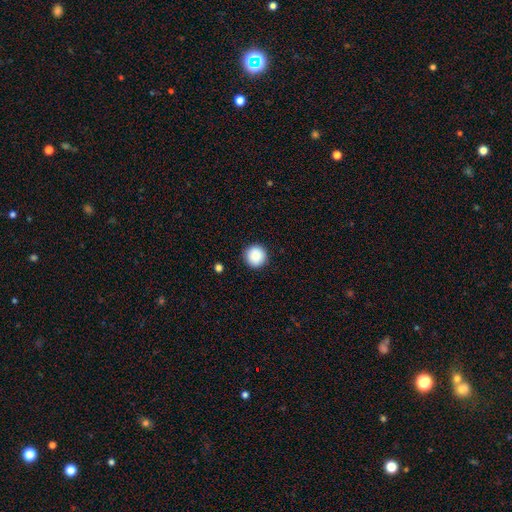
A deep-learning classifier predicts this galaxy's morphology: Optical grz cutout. It shows a smooth galaxy with no disk features (89%) that is round (96%). Merging: none (92%).